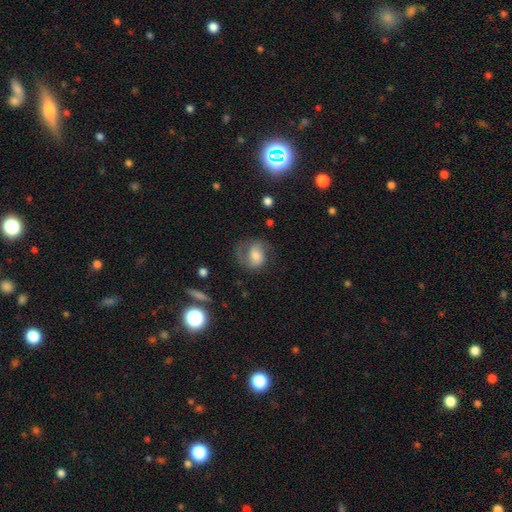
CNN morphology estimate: A featured or disk galaxy (56%) with no bar (51%), spiral arms (87%) and a moderate central bulge (51%). Merging: none (57%).